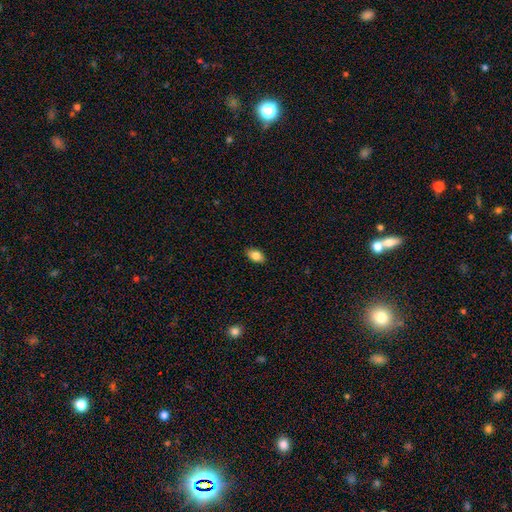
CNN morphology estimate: Smooth or featured? smooth (84%)
How rounded? in between (89%)
Merging? none (88%)